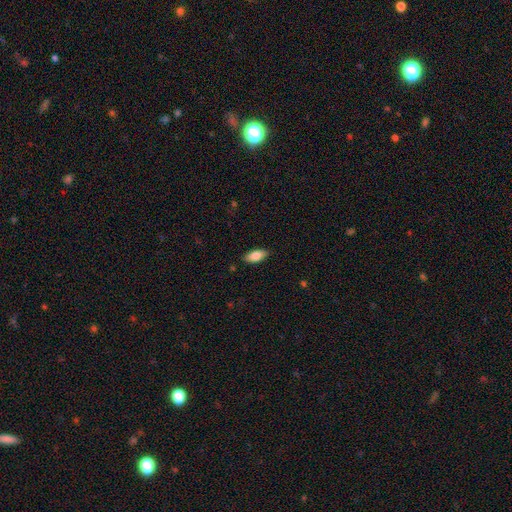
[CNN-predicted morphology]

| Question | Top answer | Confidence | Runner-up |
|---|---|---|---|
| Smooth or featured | smooth | 86% | featured or disk (8%) |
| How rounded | in between | 86% | cigar-shaped (11%) |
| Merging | none | 86% | minor disturbance (11%) |